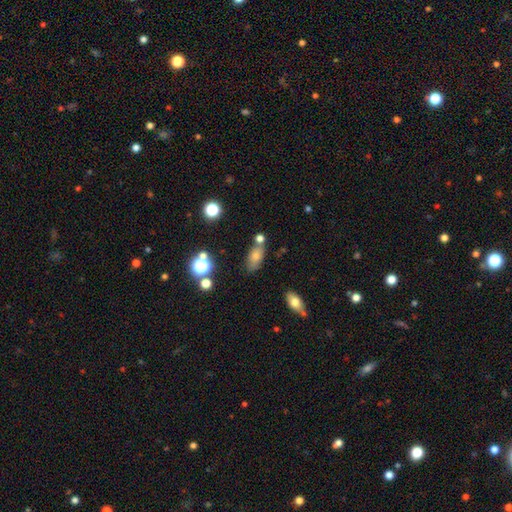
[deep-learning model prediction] Morphology: type=smooth (71%); roundness=in between (82%); merging=none (61%).